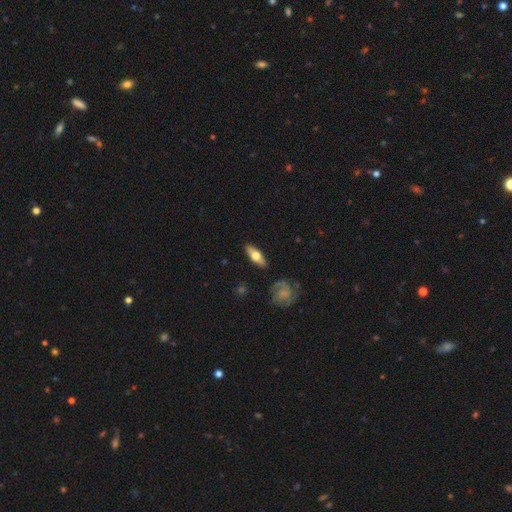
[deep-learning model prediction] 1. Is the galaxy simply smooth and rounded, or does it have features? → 48% featured or disk, 47% smooth, 6% star or artifact.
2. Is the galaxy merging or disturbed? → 85% none, 11% minor disturbance, 3% major disturbance, 2% merger.